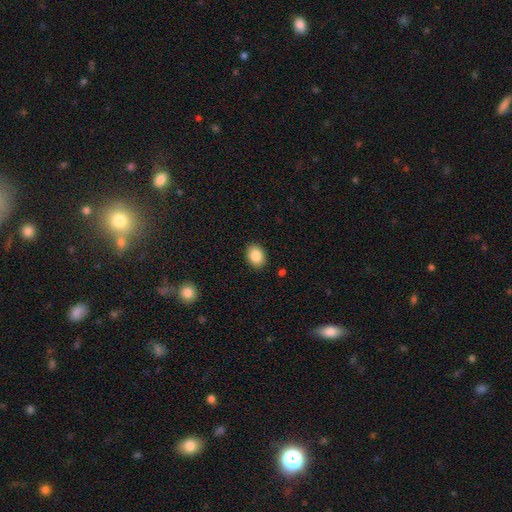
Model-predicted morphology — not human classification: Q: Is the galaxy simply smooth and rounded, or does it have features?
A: smooth — 86%.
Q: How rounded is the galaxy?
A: in between — 62%.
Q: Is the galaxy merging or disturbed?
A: none — 89%.